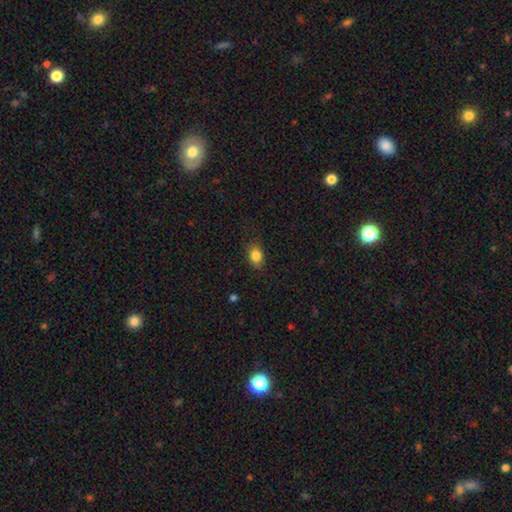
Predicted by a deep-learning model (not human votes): Smooth or featured: smooth — 85% (star or artifact — 9%)
How rounded: in between — 73% (round — 25%)
Merging: none — 84% (minor disturbance — 12%)